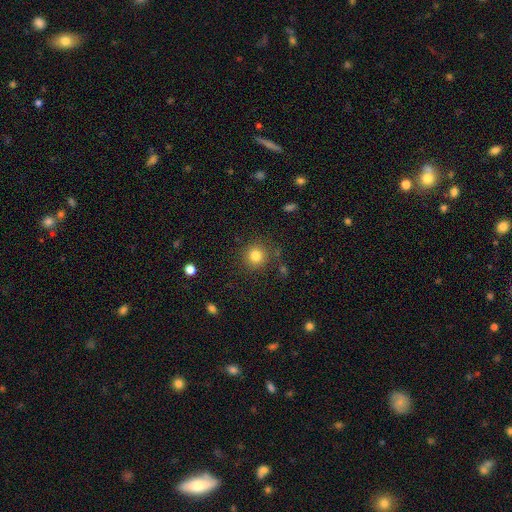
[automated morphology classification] A smooth galaxy with no disk features (81%) that is round (92%). Merging: none (86%).